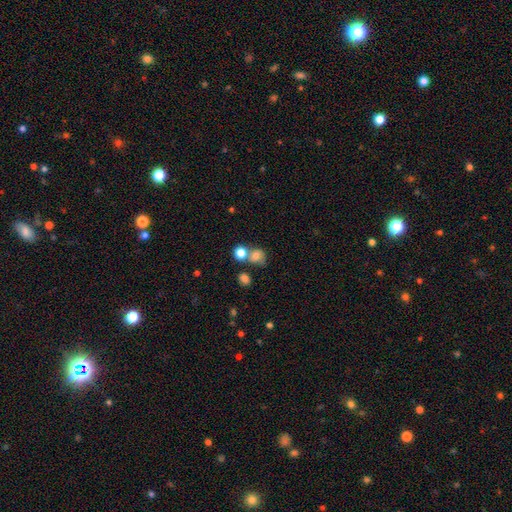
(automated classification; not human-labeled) A smooth galaxy with no disk features (73%) that is round (69%).

Vote fractions:
- Smooth or featured? smooth: 73% / featured or disk: 14% / star or artifact: 13%
- How rounded? round: 69% / in between: 30% / cigar-shaped: 1%
- Merging? none: 44% / merger: 39% / minor disturbance: 12% / major disturbance: 6%